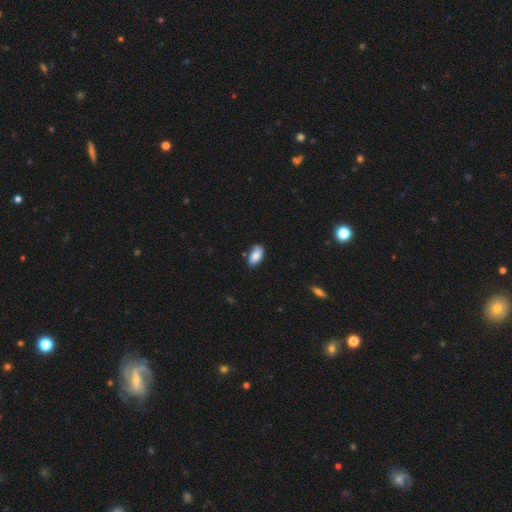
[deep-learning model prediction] Q: Smooth or featured?
A: smooth (84%); runner-up: featured or disk (9%)
Q: How rounded?
A: in between (93%); runner-up: cigar-shaped (4%)
Q: Merging?
A: none (75%); runner-up: minor disturbance (20%)